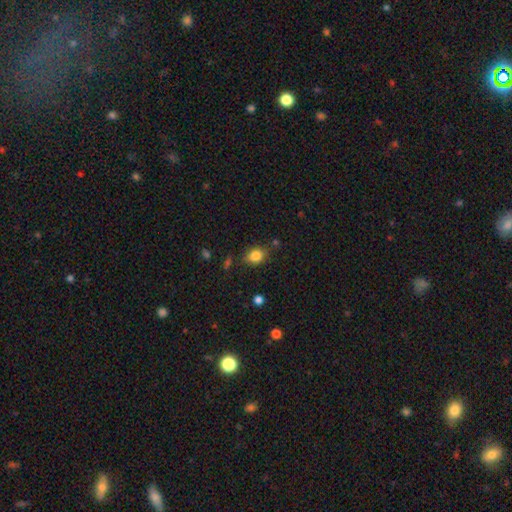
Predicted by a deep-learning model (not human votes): smooth_or_featured: smooth (p=0.83) [alt: star or artifact p=0.10]
how_rounded: in between (p=0.57) [alt: round p=0.42]
merging: none (p=0.76) [alt: minor disturbance p=0.16]